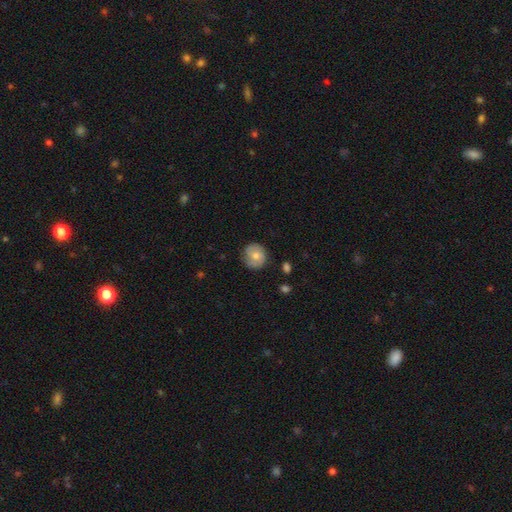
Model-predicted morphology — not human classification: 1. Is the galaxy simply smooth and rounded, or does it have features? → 55% smooth, 37% featured or disk, 8% star or artifact.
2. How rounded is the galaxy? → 84% round, 15% in between, 1% cigar-shaped.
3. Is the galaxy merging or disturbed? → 77% none, 17% minor disturbance, 4% major disturbance, 2% merger.